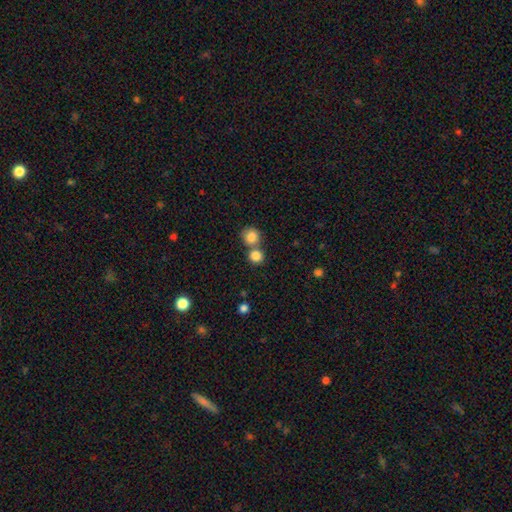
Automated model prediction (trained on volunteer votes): This appears to be a smooth galaxy with no disk features (84%) that is round (87%). Merging: none (52%).